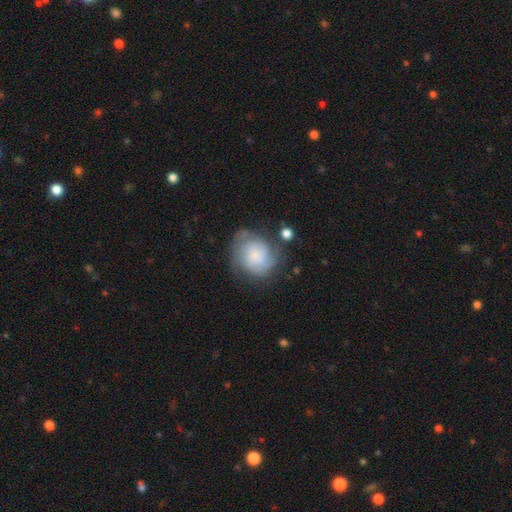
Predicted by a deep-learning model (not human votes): The model was most divided on "smooth or featured": featured or disk: 52%, smooth: 40%, star or artifact: 8%. More confident: edge-on disk — no (98%); spiral arms — yes (83%); bar — no (77%); merging — none (57%); bulge size — small (53%).